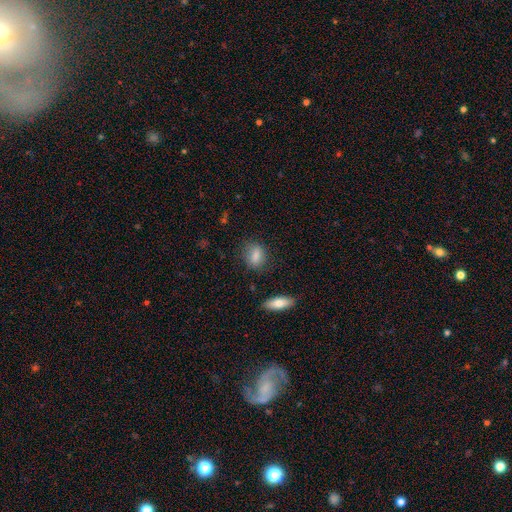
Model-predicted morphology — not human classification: Smooth or featured? Predicted: smooth (p=0.83). How rounded? Predicted: in between (p=0.73). Merging? Predicted: none (p=0.74).